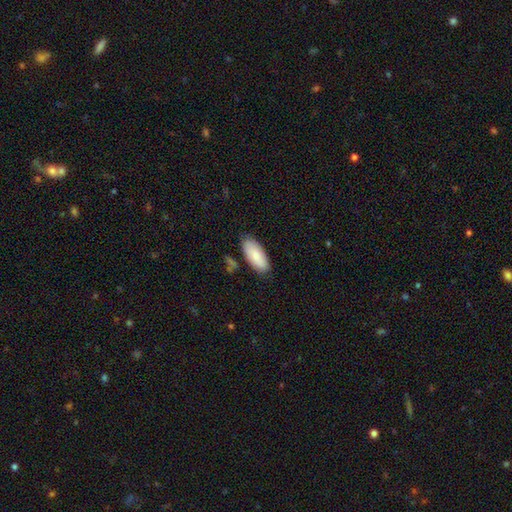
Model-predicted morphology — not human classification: Smooth or featured? Predicted: smooth (p=0.82). How rounded? Predicted: in between (p=0.89). Merging? Predicted: none (p=0.81).